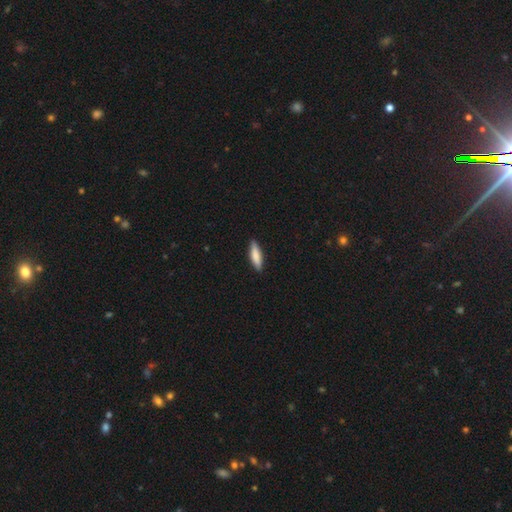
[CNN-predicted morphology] Smooth or featured? Predicted: smooth (p=0.79). How rounded? Predicted: cigar-shaped (p=0.67). Merging? Predicted: none (p=0.89).